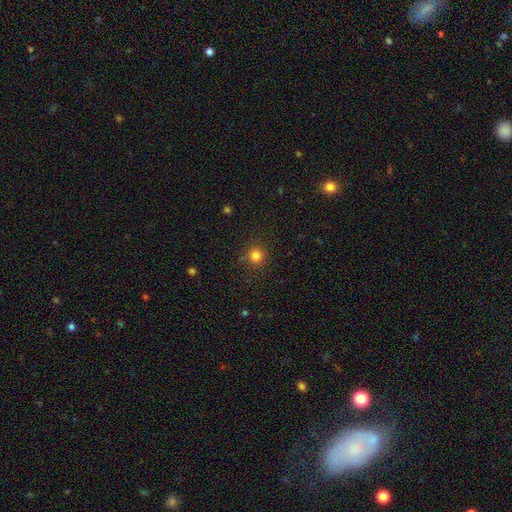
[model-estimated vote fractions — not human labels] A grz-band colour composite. It shows a smooth galaxy with no disk features (82%) that is round (93%). Merging: none (86%).